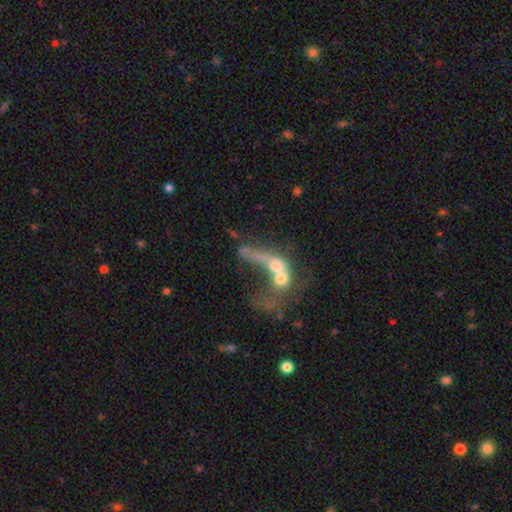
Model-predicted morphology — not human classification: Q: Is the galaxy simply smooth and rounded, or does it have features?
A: featured or disk — 46%.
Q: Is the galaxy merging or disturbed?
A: merger — 64%.